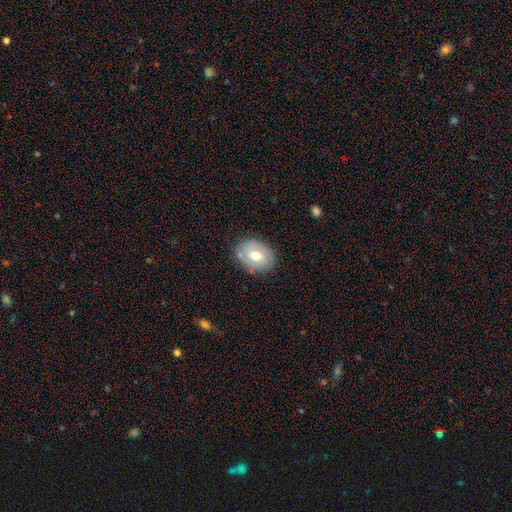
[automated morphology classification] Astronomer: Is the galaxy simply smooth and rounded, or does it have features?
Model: smooth — 56% (runner-up: featured or disk, 37%).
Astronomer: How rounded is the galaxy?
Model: in between — 66%.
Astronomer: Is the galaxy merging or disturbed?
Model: none — 79%.